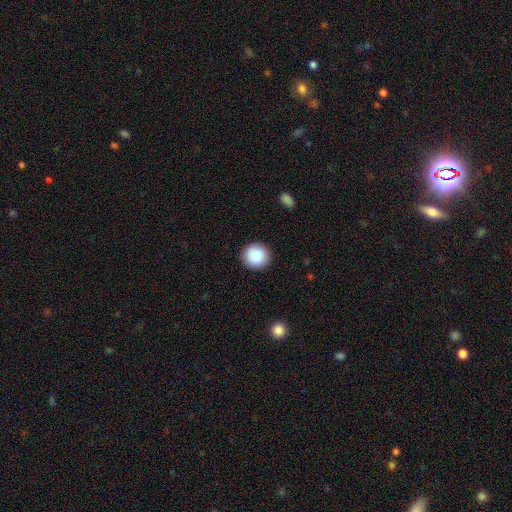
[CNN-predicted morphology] smooth_or_featured: smooth (p=0.89) [alt: star or artifact p=0.07]
how_rounded: round (p=0.93) [alt: in between p=0.06]
merging: none (p=0.91) [alt: minor disturbance p=0.06]